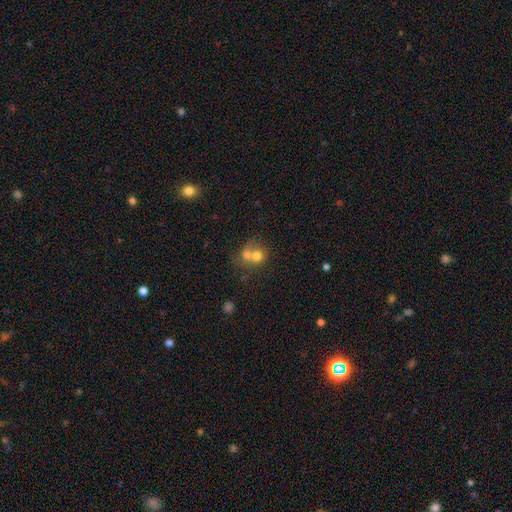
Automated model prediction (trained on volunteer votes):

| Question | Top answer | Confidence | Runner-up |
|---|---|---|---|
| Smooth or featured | smooth | 66% | featured or disk (22%) |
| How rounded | round | 73% | in between (26%) |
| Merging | merger | 66% | none (23%) |